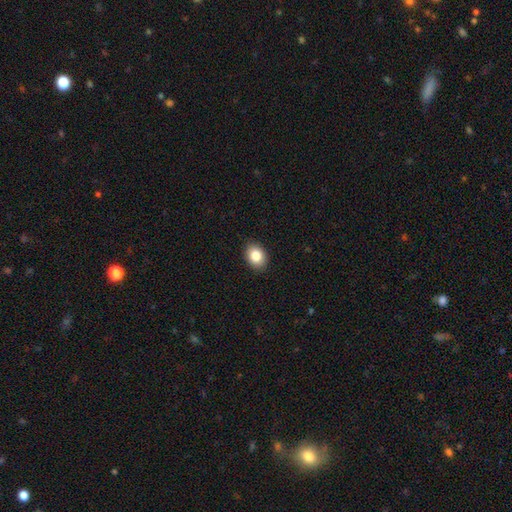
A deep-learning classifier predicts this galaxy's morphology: Smooth or featured? smooth (85%)
How rounded? in between (64%)
Merging? none (89%)